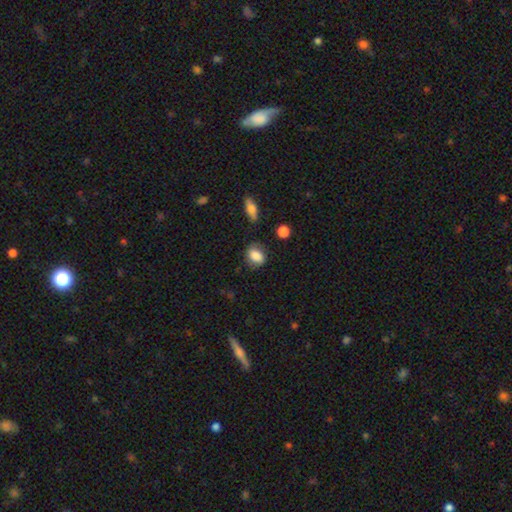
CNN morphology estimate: This is clearly a smooth galaxy (82%). How rounded: likely in between (67%). Merging: likely none (71%).